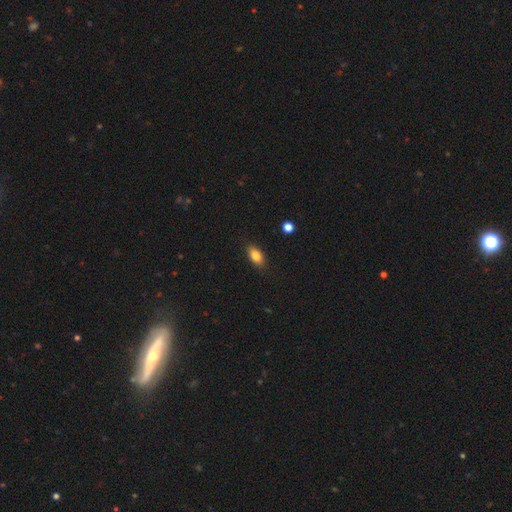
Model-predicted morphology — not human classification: Overall: smooth (82%). How rounded: in between (87%). Merging: none (87%).